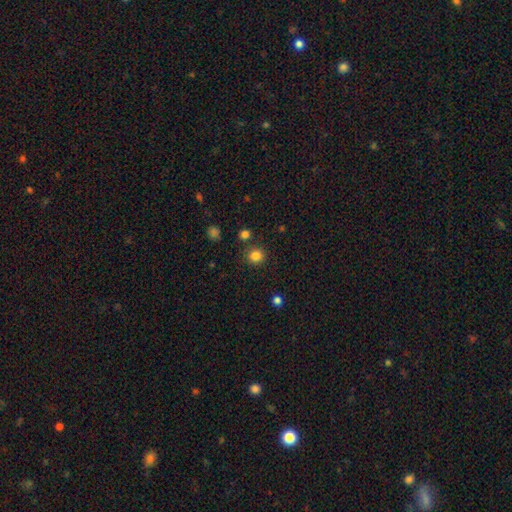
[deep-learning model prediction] Smooth or featured? Predicted: smooth (p=0.83). How rounded? Predicted: round (p=0.88). Merging? Predicted: none (p=0.85).